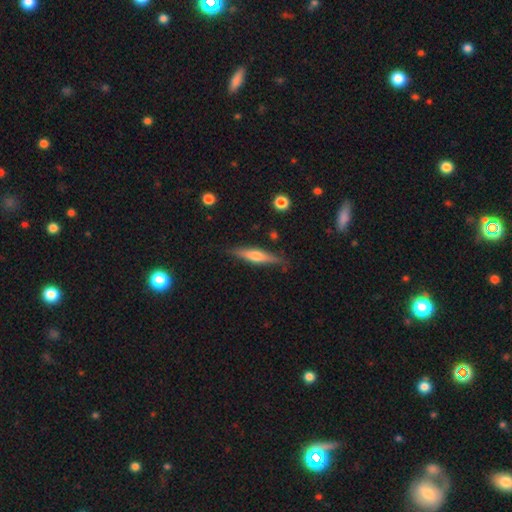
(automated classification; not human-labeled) This is possibly a featured or disk galaxy (50%). Merging: clearly none (82%).